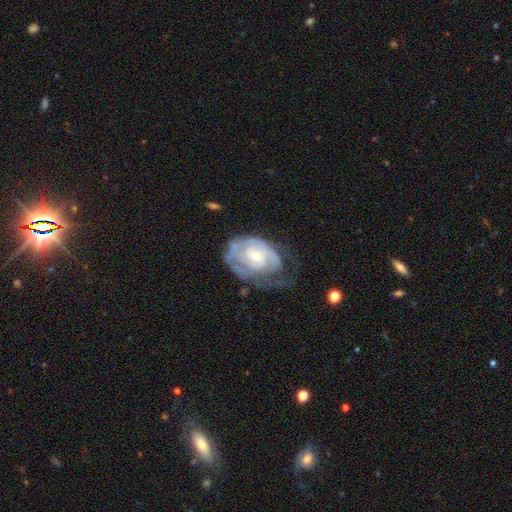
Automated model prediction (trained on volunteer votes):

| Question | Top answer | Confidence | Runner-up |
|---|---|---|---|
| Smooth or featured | featured or disk | 77% | smooth (17%) |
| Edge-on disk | no | 96% | yes (4%) |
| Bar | no | 70% | weak (26%) |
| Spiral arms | yes | 82% | no (18%) |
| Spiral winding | tight | 63% | medium (27%) |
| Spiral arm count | can't tell | 52% | 2 (23%) |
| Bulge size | small | 57% | moderate (37%) |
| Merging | none | 41% | minor disturbance (30%) |